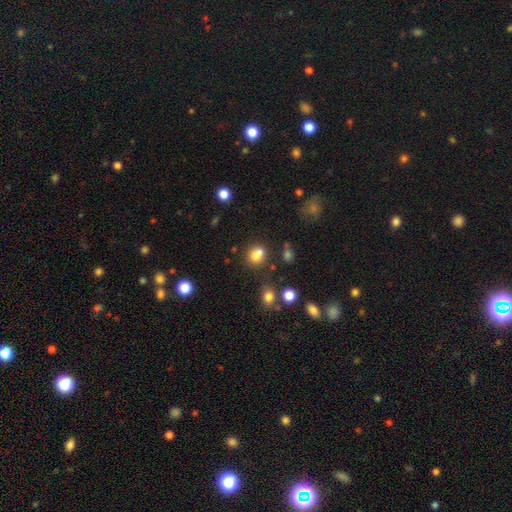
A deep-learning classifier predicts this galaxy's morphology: Overall: smooth (76%). How rounded: round (67%; in between 32%). Merging: none (46%; merger 37%).